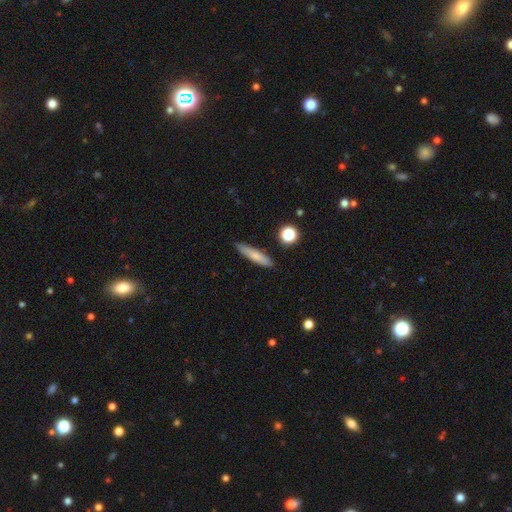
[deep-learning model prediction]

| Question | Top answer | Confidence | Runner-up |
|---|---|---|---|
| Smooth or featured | smooth | 73% | featured or disk (19%) |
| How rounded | cigar-shaped | 86% | in between (11%) |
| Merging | none | 85% | minor disturbance (10%) |